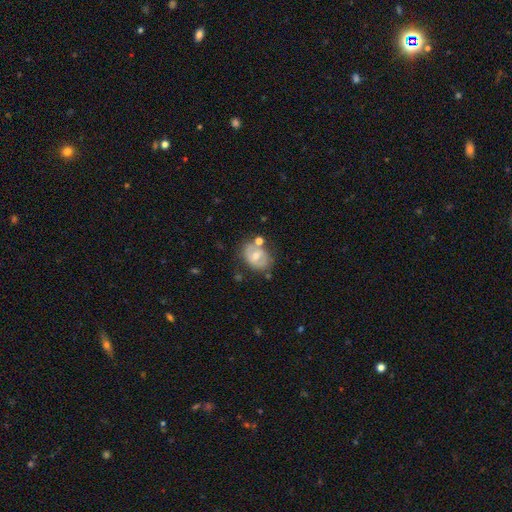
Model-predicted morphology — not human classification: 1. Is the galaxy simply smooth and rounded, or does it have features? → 51% featured or disk, 41% smooth, 8% star or artifact.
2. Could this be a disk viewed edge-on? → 96% no, 4% yes.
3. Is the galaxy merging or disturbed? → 58% none, 22% minor disturbance, 12% merger, 8% major disturbance.